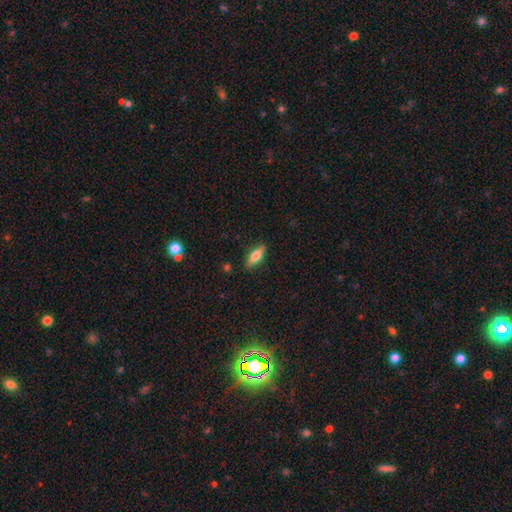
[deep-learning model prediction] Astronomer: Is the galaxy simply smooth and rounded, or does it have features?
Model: smooth — 68%.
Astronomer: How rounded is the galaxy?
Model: in between — 62%.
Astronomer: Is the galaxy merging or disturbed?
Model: none — 87%.